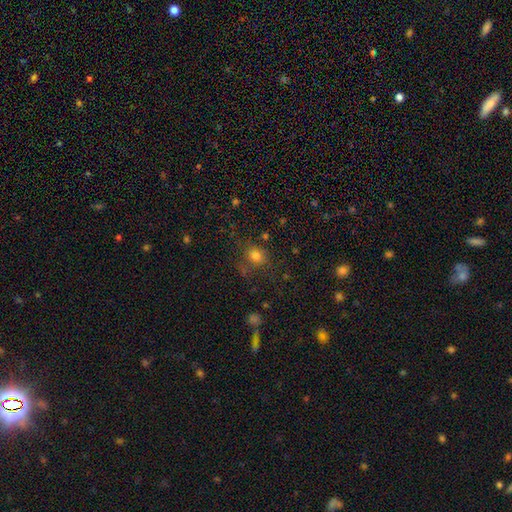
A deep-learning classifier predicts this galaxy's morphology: type=smooth (77%); roundness=round (68%); merging=none (70%).